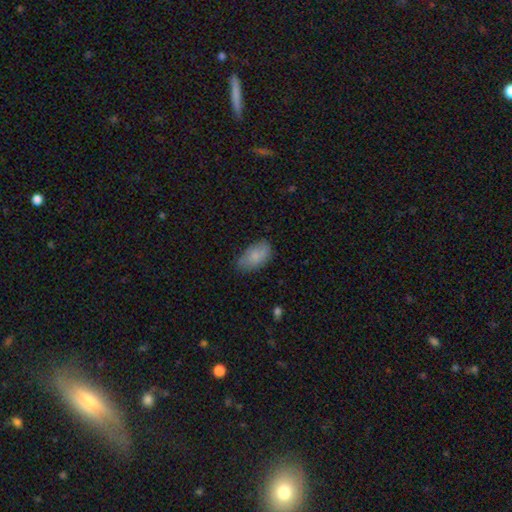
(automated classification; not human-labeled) Smooth or featured: smooth — 82% (featured or disk — 11%)
How rounded: in between — 94% (round — 4%)
Merging: none — 71% (minor disturbance — 24%)